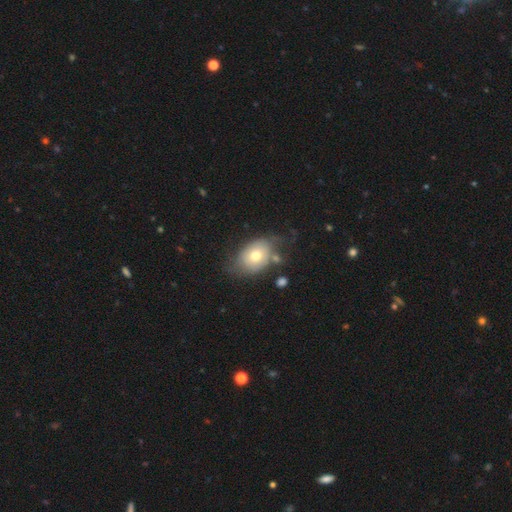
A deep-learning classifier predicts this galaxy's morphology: Smooth or featured? smooth (66%)
How rounded? in between (74%)
Merging? none (49%)